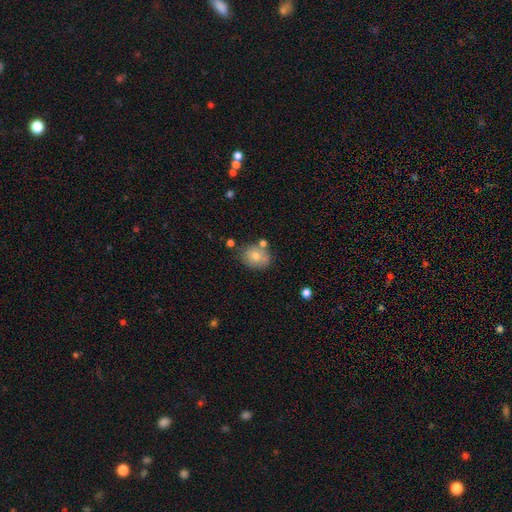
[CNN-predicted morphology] smooth-or-featured: smooth: 69% | featured or disk: 20% | star or artifact: 10%
  how-rounded: in between: 50% | round: 49% | cigar-shaped: 1%
  merging: none: 69% | minor disturbance: 16% | merger: 11% | major disturbance: 4%